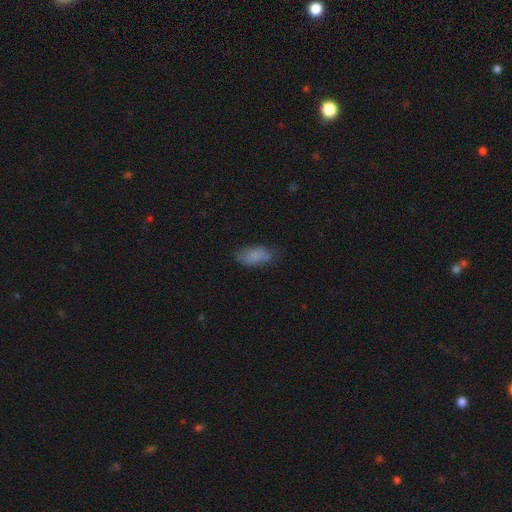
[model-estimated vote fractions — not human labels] Smooth or featured? smooth (77%)
How rounded? in between (89%)
Merging? none (57%)